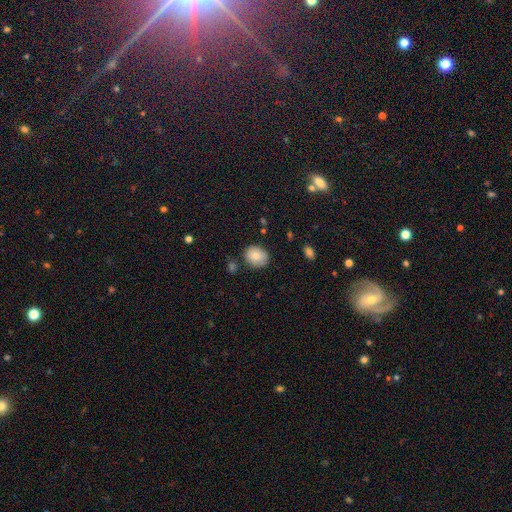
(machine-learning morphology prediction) Overall: smooth (81%). How rounded: round (56%; in between 43%). Merging: none (75%).